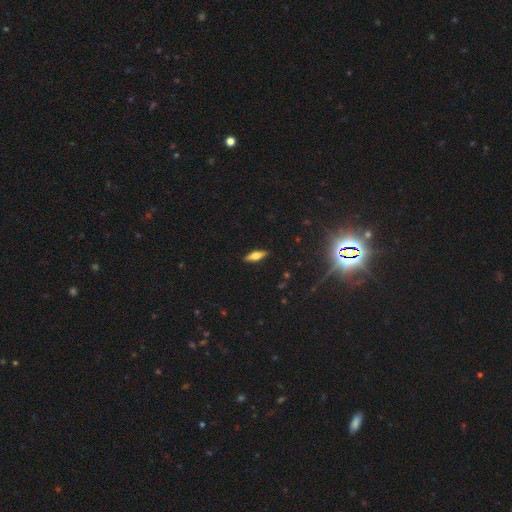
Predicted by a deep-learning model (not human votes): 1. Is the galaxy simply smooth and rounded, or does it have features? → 54% smooth, 38% featured or disk, 8% star or artifact.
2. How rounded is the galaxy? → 51% in between, 46% cigar-shaped, 3% round.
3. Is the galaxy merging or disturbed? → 89% none, 8% minor disturbance, 2% major disturbance, 1% merger.